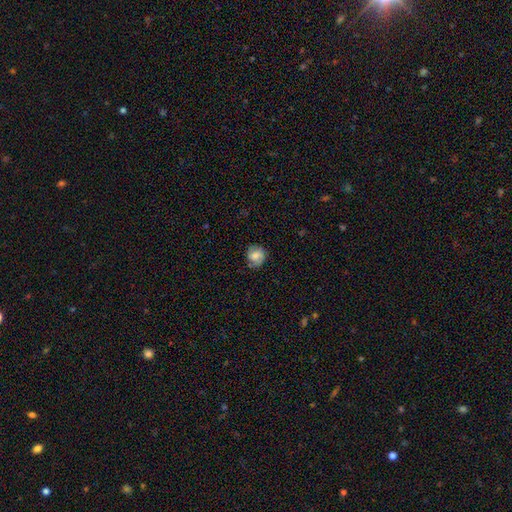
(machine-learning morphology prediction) Overall: smooth (51%; featured or disk 41%). How rounded: round (78%). Merging: none (73%).